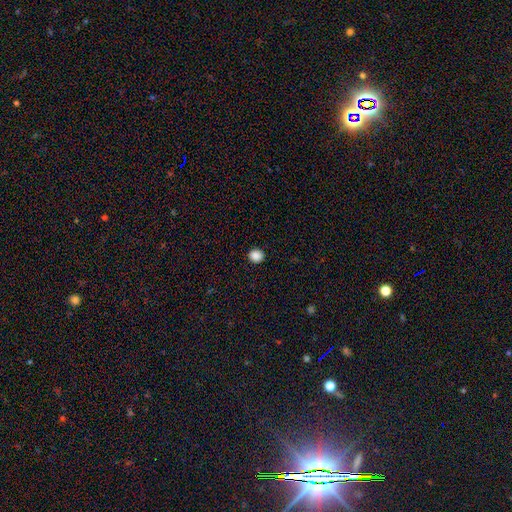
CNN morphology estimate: Q: Smooth or featured?
A: smooth (88%); runner-up: star or artifact (10%)
Q: How rounded?
A: round (85%); runner-up: in between (14%)
Q: Merging?
A: none (93%); runner-up: minor disturbance (5%)